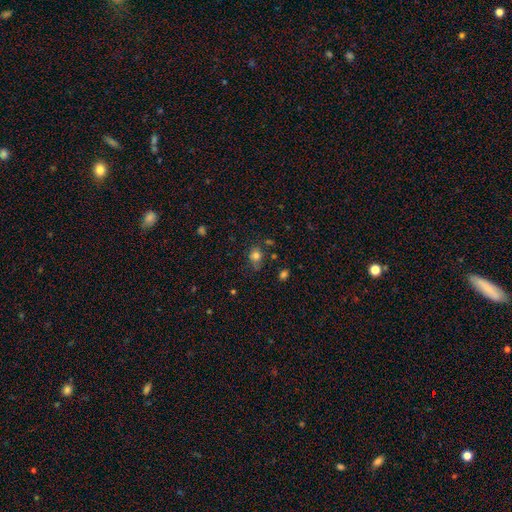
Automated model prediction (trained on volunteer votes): Smooth or featured?
  - smooth: 77% *
  - star or artifact: 14%
  - featured or disk: 9%
How rounded?
  - round: 60% *
  - in between: 38%
  - cigar-shaped: 1%
Merging?
  - none: 62% *
  - minor disturbance: 25%
  - major disturbance: 8%
  - merger: 5%